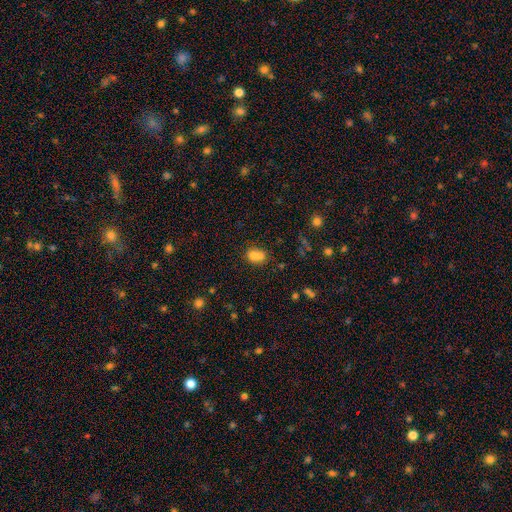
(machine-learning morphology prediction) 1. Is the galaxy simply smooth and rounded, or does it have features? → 70% smooth, 18% featured or disk, 12% star or artifact.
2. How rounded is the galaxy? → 64% round, 35% in between, 1% cigar-shaped.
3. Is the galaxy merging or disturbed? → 65% merger, 26% none, 6% minor disturbance, 3% major disturbance.